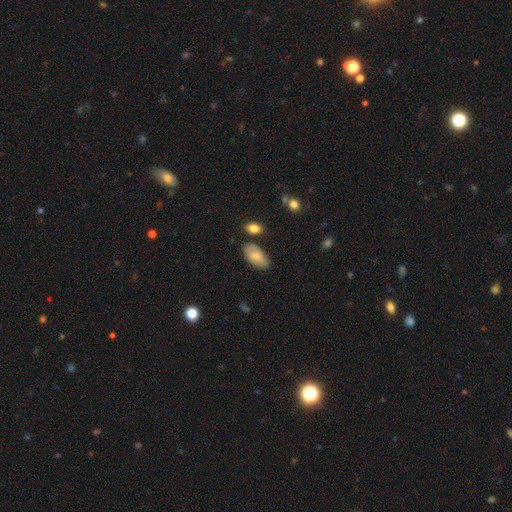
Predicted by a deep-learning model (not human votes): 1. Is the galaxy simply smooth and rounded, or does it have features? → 79% smooth, 15% featured or disk, 6% star or artifact.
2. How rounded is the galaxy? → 94% in between, 3% cigar-shaped, 3% round.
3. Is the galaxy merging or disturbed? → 74% none, 19% minor disturbance, 4% merger, 3% major disturbance.